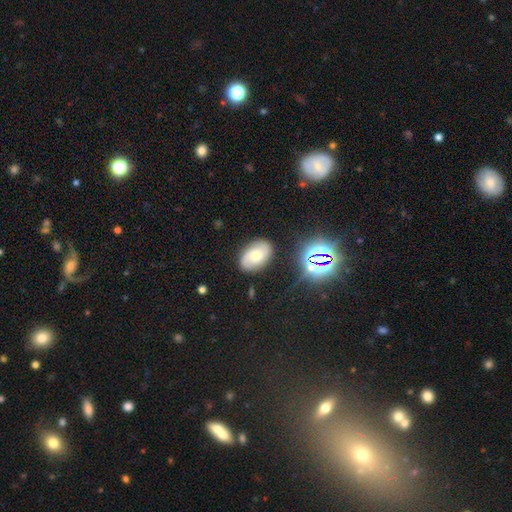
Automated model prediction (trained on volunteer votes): The model was most divided on "smooth or featured": smooth: 47%, featured or disk: 40%, star or artifact: 13%. More confident: merging — none (83%).